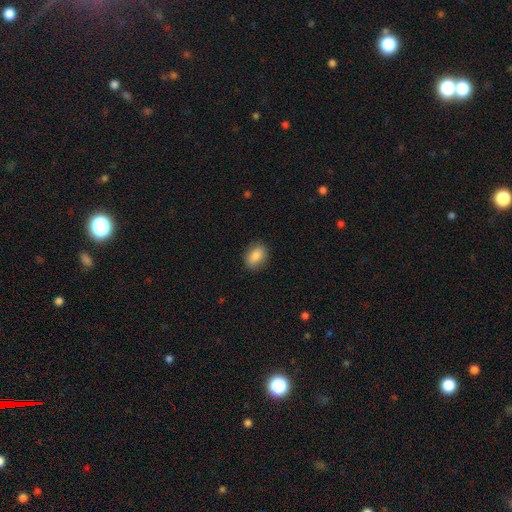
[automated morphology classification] Smooth or featured?
  - smooth: 86% *
  - star or artifact: 8%
  - featured or disk: 6%
How rounded?
  - in between: 79% *
  - round: 20%
  - cigar-shaped: 2%
Merging?
  - none: 86% *
  - minor disturbance: 10%
  - major disturbance: 3%
  - merger: 1%